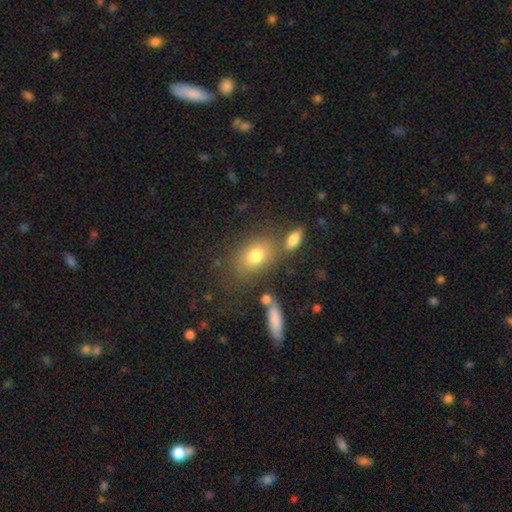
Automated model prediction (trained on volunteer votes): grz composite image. It shows a smooth galaxy with no disk features (76%) that is in between round and cigar-shaped (75%). Merging: none (67%).